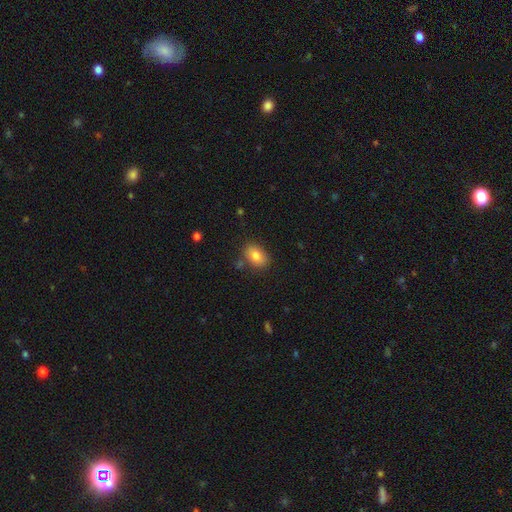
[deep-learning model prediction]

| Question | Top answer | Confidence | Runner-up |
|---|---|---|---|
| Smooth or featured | smooth | 82% | featured or disk (10%) |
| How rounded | in between | 82% | round (17%) |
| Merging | none | 78% | minor disturbance (14%) |